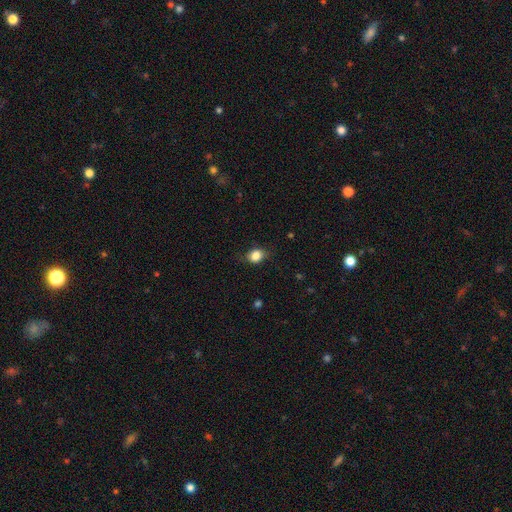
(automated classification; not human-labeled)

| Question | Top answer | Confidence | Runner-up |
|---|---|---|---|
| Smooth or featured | smooth | 82% | star or artifact (10%) |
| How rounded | round | 51% | in between (48%) |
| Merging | none | 74% | minor disturbance (20%) |